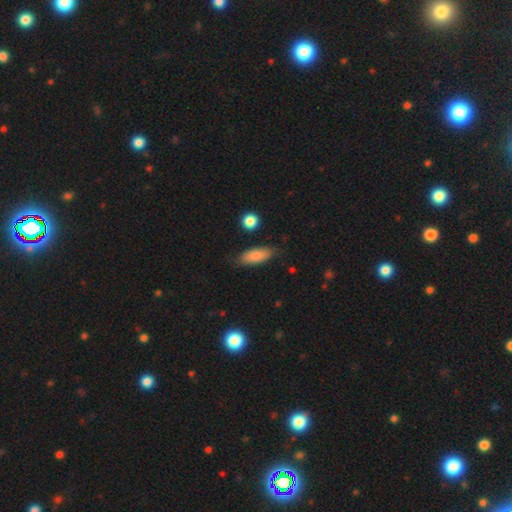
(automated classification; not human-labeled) smooth_or_featured: smooth (p=0.84) [alt: featured or disk p=0.10]
how_rounded: in between (p=0.75) [alt: cigar-shaped p=0.22]
merging: none (p=0.78) [alt: minor disturbance p=0.16]